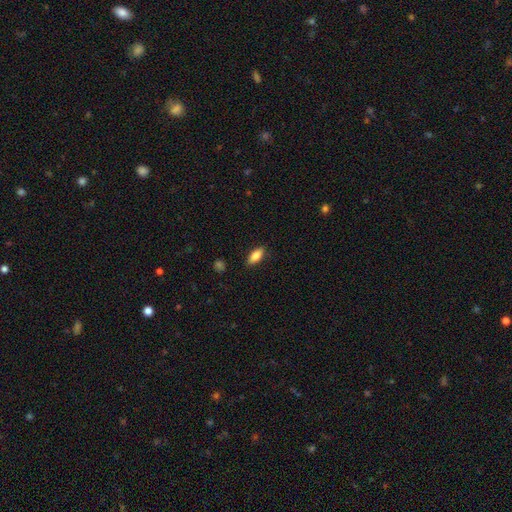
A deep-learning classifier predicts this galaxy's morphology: Smooth or featured?
  - smooth: 83% *
  - featured or disk: 10%
  - star or artifact: 7%
How rounded?
  - in between: 82% *
  - cigar-shaped: 16%
  - round: 3%
Merging?
  - none: 86% *
  - minor disturbance: 11%
  - major disturbance: 2%
  - merger: 1%